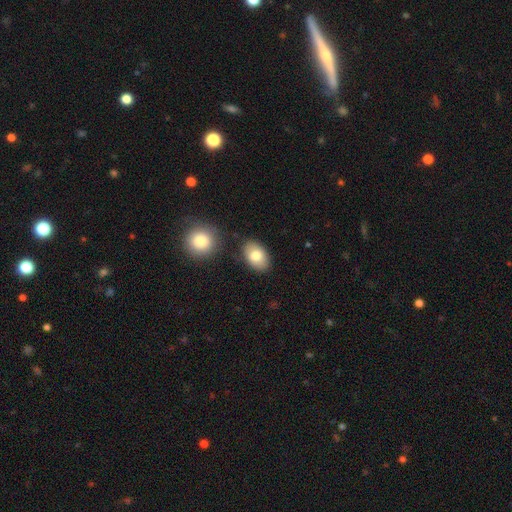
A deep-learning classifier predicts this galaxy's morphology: Smooth or featured?
  - smooth: 79% *
  - featured or disk: 14%
  - star or artifact: 7%
How rounded?
  - in between: 86% *
  - round: 12%
  - cigar-shaped: 1%
Merging?
  - none: 80% *
  - minor disturbance: 11%
  - merger: 7%
  - major disturbance: 3%